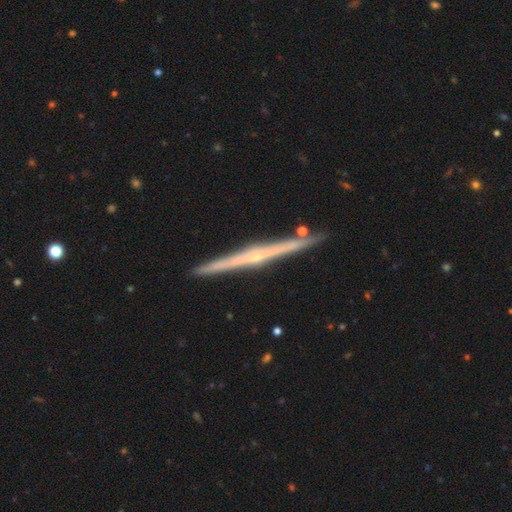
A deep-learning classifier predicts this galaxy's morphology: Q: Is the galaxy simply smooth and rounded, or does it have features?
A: featured or disk — 83%.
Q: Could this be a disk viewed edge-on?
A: yes — 98%.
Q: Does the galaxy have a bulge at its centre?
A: rounded — 62%.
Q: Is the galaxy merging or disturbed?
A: none — 90%.